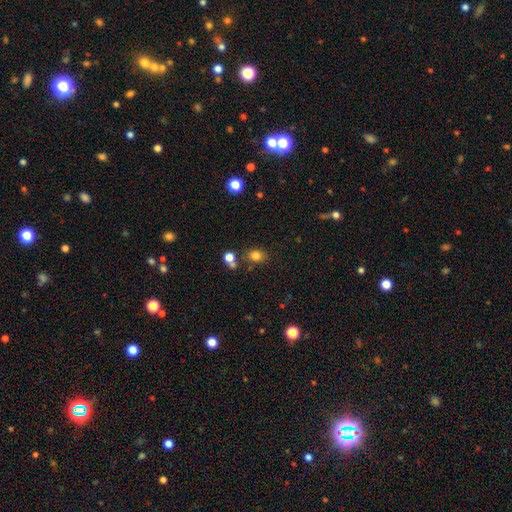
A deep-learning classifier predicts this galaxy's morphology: Smooth or featured?
  - smooth: 80% *
  - star or artifact: 14%
  - featured or disk: 7%
How rounded?
  - round: 50% *
  - in between: 49%
  - cigar-shaped: 1%
Merging?
  - none: 72% *
  - minor disturbance: 12%
  - merger: 11%
  - major disturbance: 4%